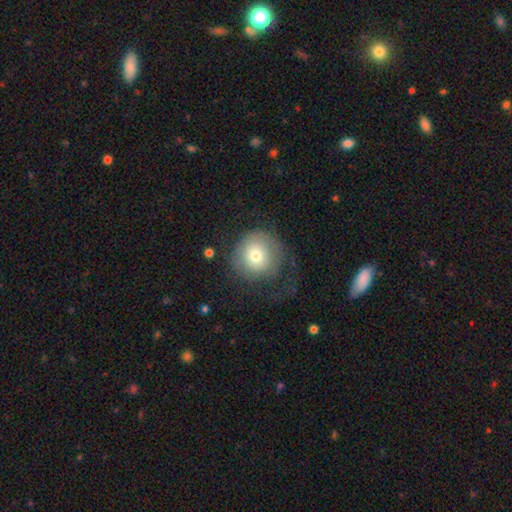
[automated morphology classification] A smooth galaxy with no disk features (64%) that is round (91%). Merging: none (53%).